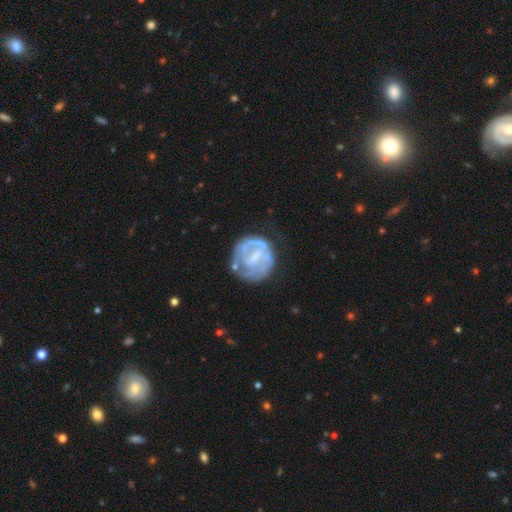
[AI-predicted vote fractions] A featured or disk galaxy (68%) with a weak bar (45%), spiral arms (58%) and a small central bulge (37%). Merging: none (56%).